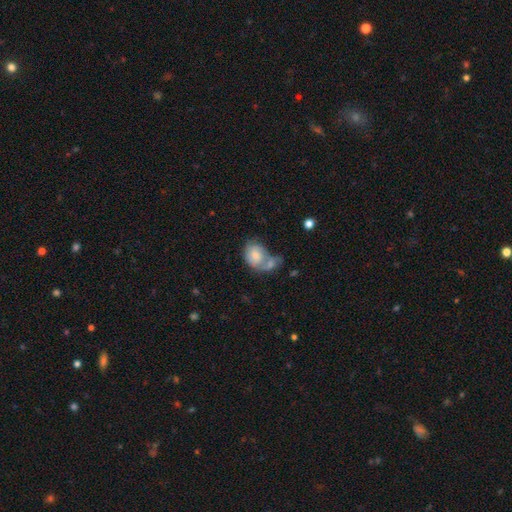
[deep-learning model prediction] Smooth or featured: smooth — 64% (featured or disk — 29%)
How rounded: in between — 66% (round — 33%)
Merging: merger — 53% (none — 21%)